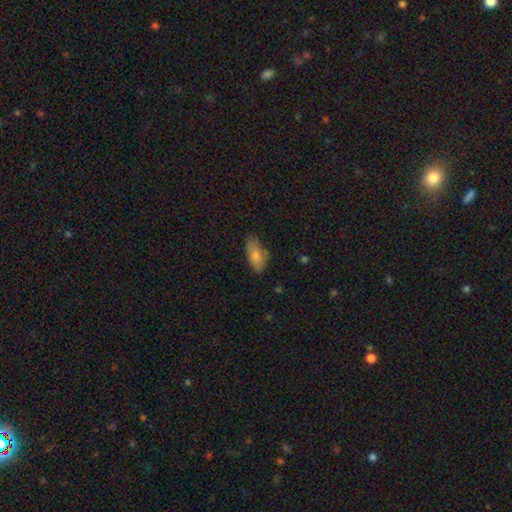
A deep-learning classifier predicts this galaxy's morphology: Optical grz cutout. It shows a smooth galaxy with no disk features (76%) that is in between round and cigar-shaped (86%). Merging: none (75%).